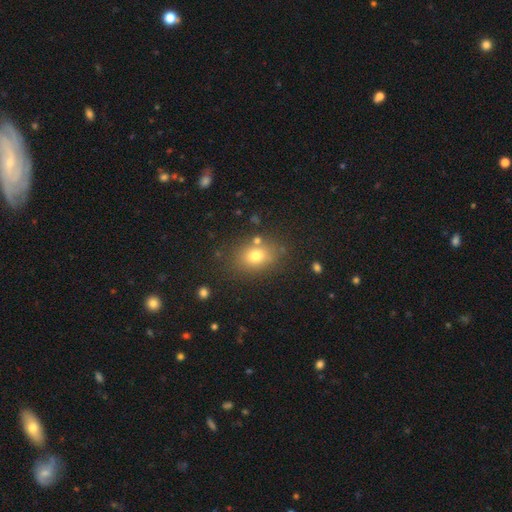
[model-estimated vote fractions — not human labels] Overall: smooth (75%). How rounded: in between (66%; round 33%). Merging: none (77%).